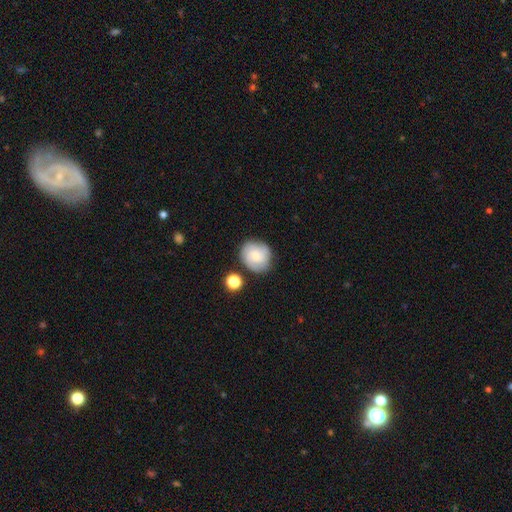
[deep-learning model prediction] The model was most divided on "smooth or featured": featured or disk: 48%, smooth: 43%, star or artifact: 8%. More confident: merging — none (78%).